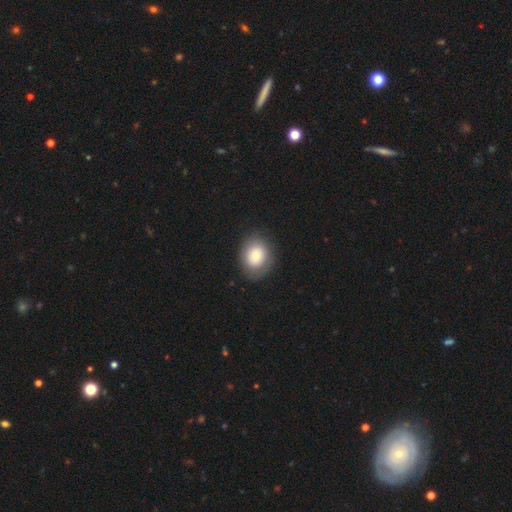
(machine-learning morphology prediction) A smooth galaxy with no disk features (75%) that is in between round and cigar-shaped (50%).

Vote fractions:
- Smooth or featured? smooth: 75% / featured or disk: 17% / star or artifact: 8%
- How rounded? in between: 50% / round: 49% / cigar-shaped: 1%
- Merging? none: 81% / minor disturbance: 13% / major disturbance: 5% / merger: 1%